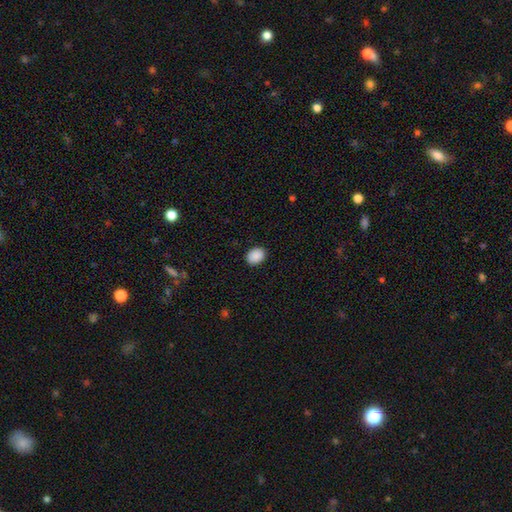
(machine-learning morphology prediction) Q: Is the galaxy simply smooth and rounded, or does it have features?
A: smooth — 90%.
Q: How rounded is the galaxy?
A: in between — 62%.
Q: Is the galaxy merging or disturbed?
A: none — 90%.